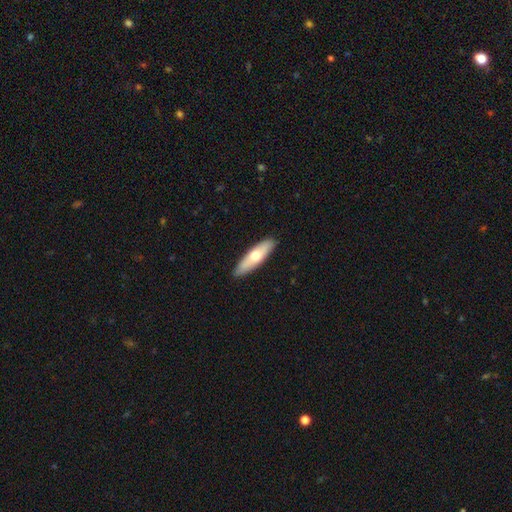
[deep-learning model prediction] The model was most divided on "smooth or featured": smooth: 59%, featured or disk: 36%, star or artifact: 5%. More confident: merging — none (88%); how rounded — cigar-shaped (61%).